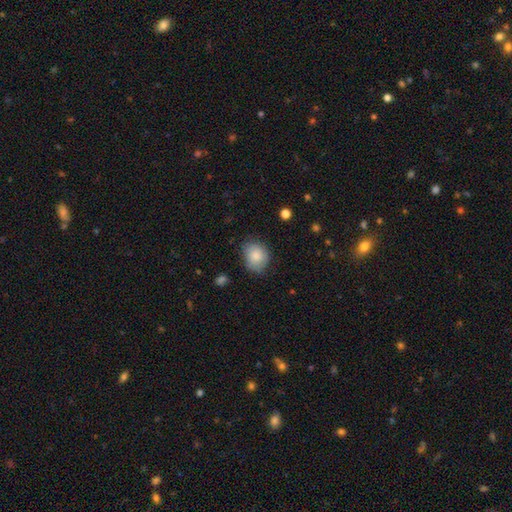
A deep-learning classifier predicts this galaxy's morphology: A smooth galaxy with no disk features (85%) that is in between round and cigar-shaped (50%).

Vote fractions:
- Smooth or featured? smooth: 85% / featured or disk: 8% / star or artifact: 7%
- How rounded? in between: 50% / round: 49% / cigar-shaped: 1%
- Merging? none: 72% / minor disturbance: 22% / major disturbance: 5% / merger: 1%